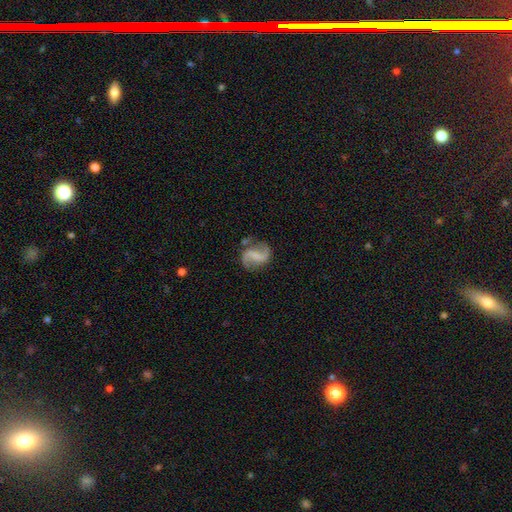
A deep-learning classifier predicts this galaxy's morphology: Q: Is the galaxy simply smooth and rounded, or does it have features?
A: featured or disk — 84%.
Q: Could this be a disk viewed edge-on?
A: no — 98%.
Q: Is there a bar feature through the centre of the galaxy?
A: weak — 45%.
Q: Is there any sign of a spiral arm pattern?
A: yes — 96%.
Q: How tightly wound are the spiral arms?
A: loose — 58%.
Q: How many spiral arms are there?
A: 2 — 93%.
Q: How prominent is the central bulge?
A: none — 53%.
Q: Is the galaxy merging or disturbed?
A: none — 76%.